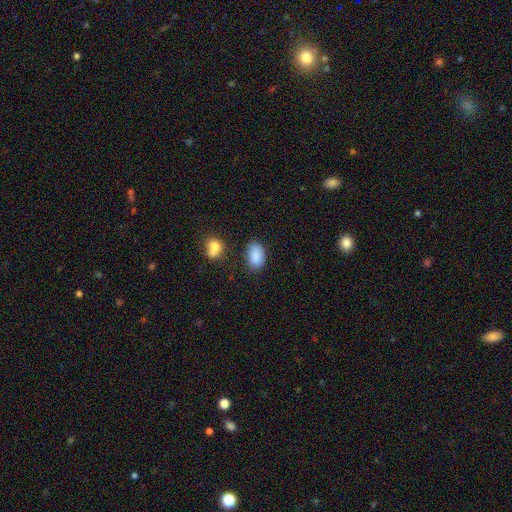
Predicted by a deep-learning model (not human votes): This appears to be a smooth galaxy with no disk features (87%) that is in between round and cigar-shaped (90%). Merging: none (72%).